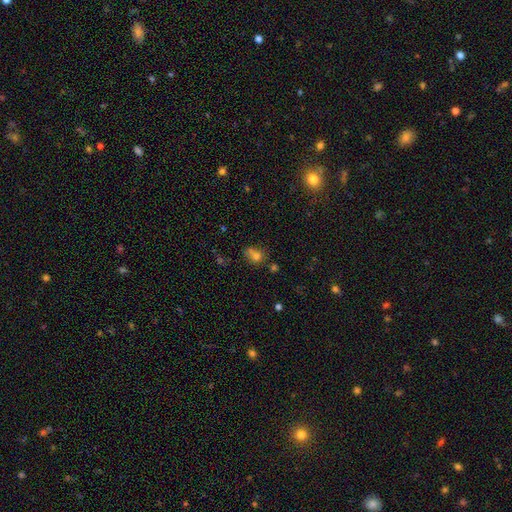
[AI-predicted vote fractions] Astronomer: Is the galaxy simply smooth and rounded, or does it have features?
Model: smooth — 72%.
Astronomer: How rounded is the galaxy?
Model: round — 69%.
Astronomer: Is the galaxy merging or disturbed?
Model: none — 41% (runner-up: merger, 37%).